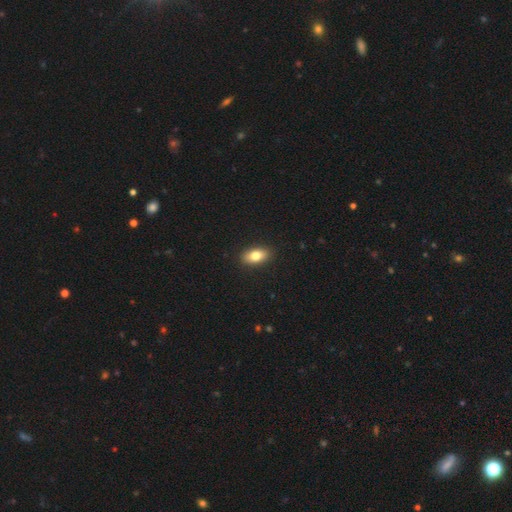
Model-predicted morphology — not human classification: smooth 79%, featured or disk 14%, star or artifact 7%. Down the decision tree: how rounded — in between (88%); merging — none (90%).